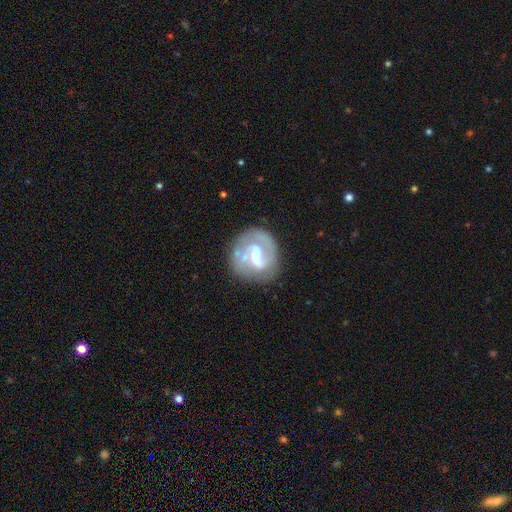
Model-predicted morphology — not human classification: Q: Smooth or featured?
A: featured or disk (79%); runner-up: smooth (15%)
Q: Edge-on disk?
A: no (98%); runner-up: yes (2%)
Q: Bar?
A: weak (44%); runner-up: strong (42%)
Q: Spiral arms?
A: yes (86%); runner-up: no (14%)
Q: Spiral winding?
A: medium (43%); runner-up: tight (38%)
Q: Spiral arm count?
A: 2 (64%); runner-up: 1 (19%)
Q: Bulge size?
A: moderate (44%); runner-up: small (28%)
Q: Merging?
A: none (68%); runner-up: minor disturbance (17%)